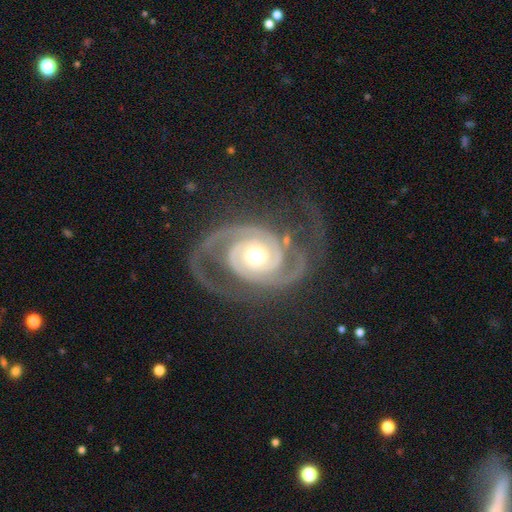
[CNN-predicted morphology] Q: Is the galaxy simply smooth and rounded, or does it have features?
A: featured or disk — 94%.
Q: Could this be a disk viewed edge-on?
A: no — 98%.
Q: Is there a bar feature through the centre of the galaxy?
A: no — 70%.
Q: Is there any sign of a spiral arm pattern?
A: yes — 99%.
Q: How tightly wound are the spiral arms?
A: tight — 55%.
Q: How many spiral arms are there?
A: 2 — 84%.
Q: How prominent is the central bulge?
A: moderate — 69%.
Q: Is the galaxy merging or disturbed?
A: none — 70%.